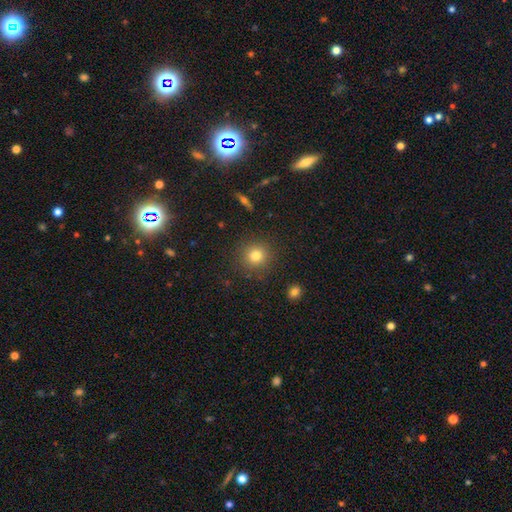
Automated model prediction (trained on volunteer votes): Overall: smooth (81%). How rounded: round (91%). Merging: none (87%).